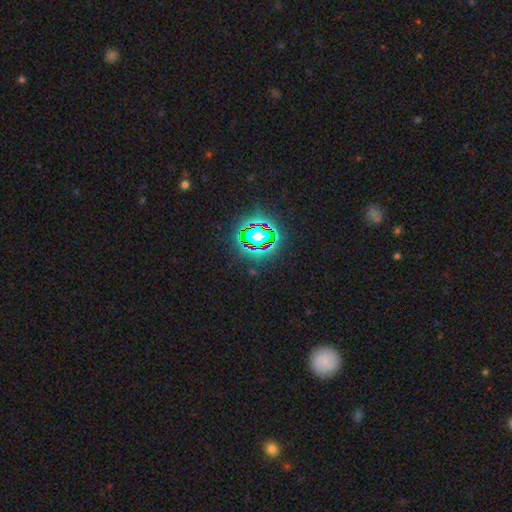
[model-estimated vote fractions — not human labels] A star or artifact, not a galaxy (80%).